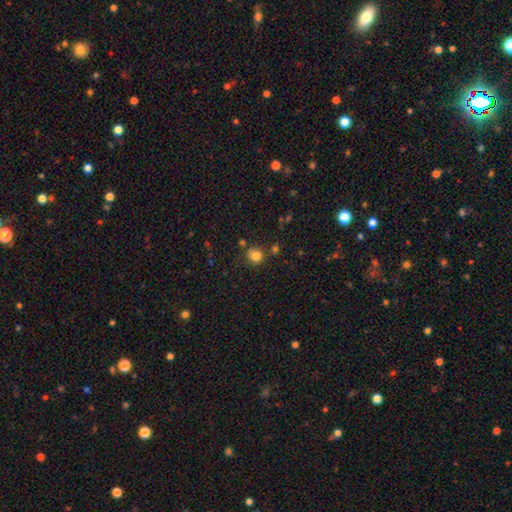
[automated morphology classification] smooth_or_featured: smooth (p=0.81) [alt: star or artifact p=0.13]
how_rounded: round (p=0.86) [alt: in between p=0.13]
merging: none (p=0.73) [alt: minor disturbance p=0.13]